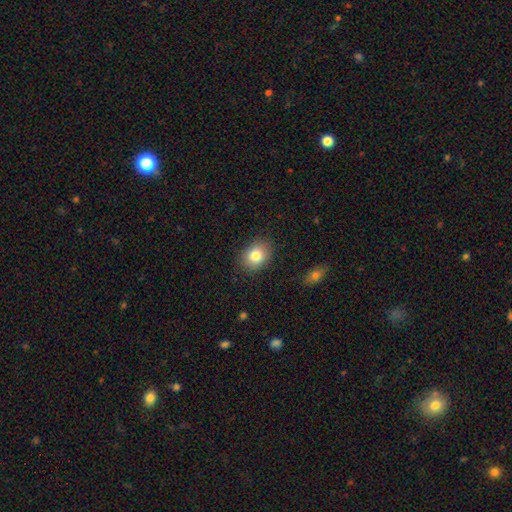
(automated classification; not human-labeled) This is clearly a smooth galaxy (82%). How rounded: possibly in between (59%). Merging: clearly none (87%).